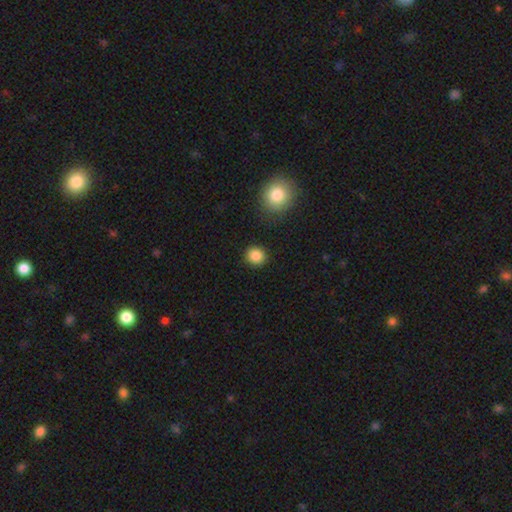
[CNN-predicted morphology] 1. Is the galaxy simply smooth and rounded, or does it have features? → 86% smooth, 10% star or artifact, 4% featured or disk.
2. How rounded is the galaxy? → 89% round, 10% in between, 1% cigar-shaped.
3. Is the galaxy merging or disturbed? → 90% none, 6% minor disturbance, 2% major disturbance, 2% merger.